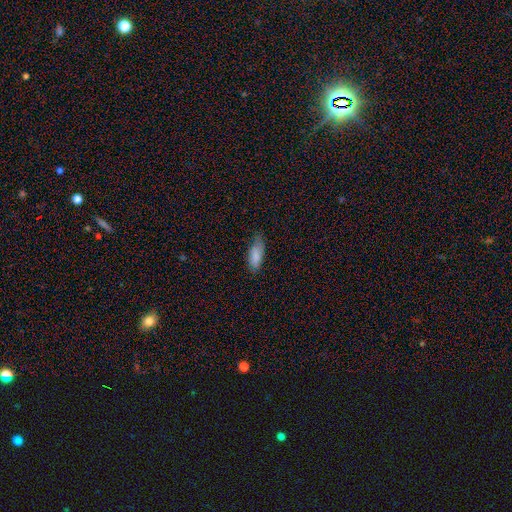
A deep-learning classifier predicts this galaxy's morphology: This is clearly a smooth galaxy (83%). How rounded: likely in between (75%). Merging: possibly none (58%).